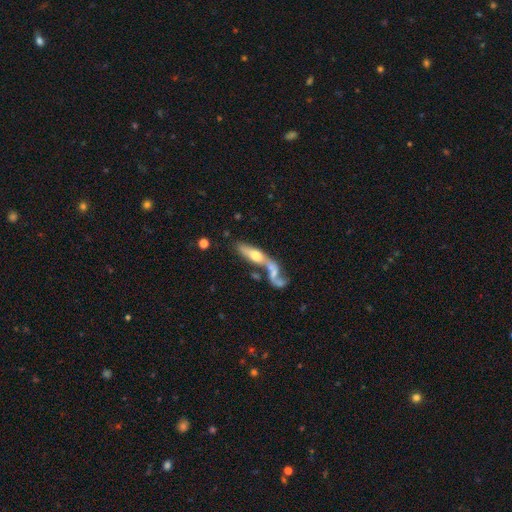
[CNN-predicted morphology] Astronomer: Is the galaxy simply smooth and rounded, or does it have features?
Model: featured or disk — 47% (runner-up: smooth, 46%).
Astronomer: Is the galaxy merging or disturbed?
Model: merger — 56%.